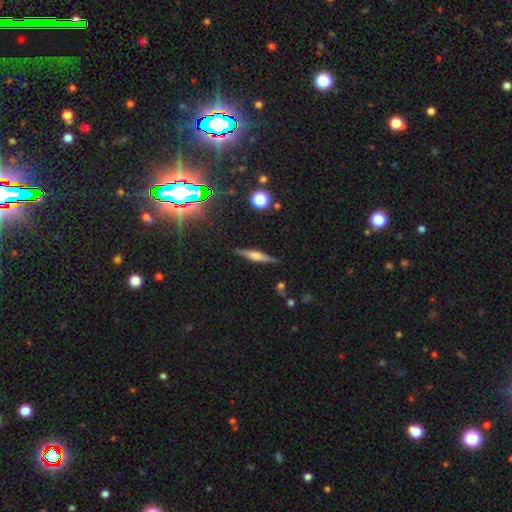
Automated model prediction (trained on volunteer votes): Smooth or featured? Predicted: featured or disk (p=0.59). Edge-on disk? Predicted: yes (p=0.96). Edge-on bulge? Predicted: rounded (p=0.67). Merging? Predicted: none (p=0.86).